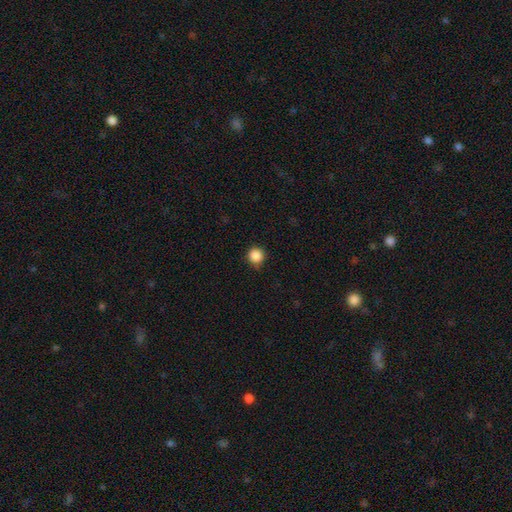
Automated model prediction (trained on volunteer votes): Overall: smooth (87%). How rounded: round (95%). Merging: none (85%).